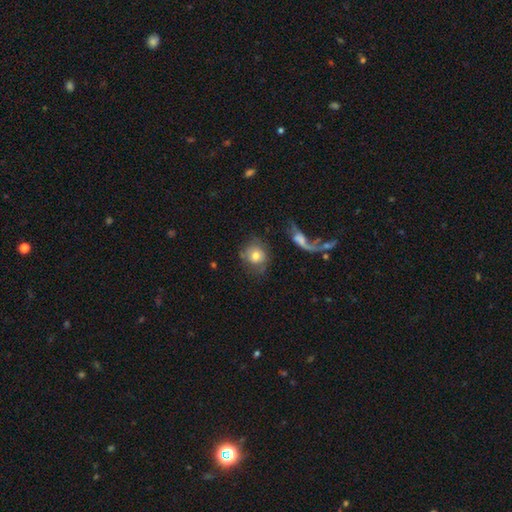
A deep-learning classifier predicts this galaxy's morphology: This is likely a smooth galaxy (65%). How rounded: likely round (80%). Merging: possibly none (54%).